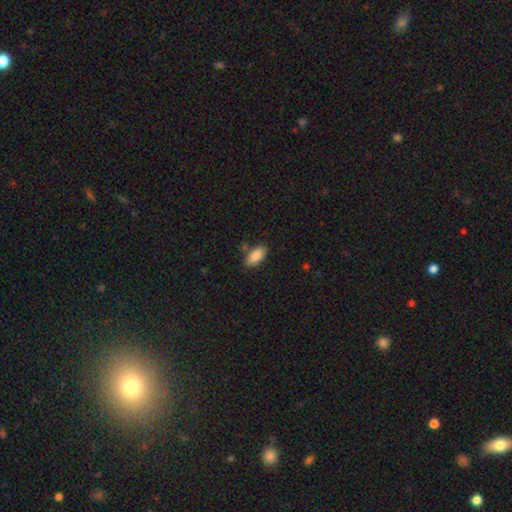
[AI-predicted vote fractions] Smooth or featured? Predicted: smooth (p=0.88). How rounded? Predicted: in between (p=0.92). Merging? Predicted: none (p=0.79).